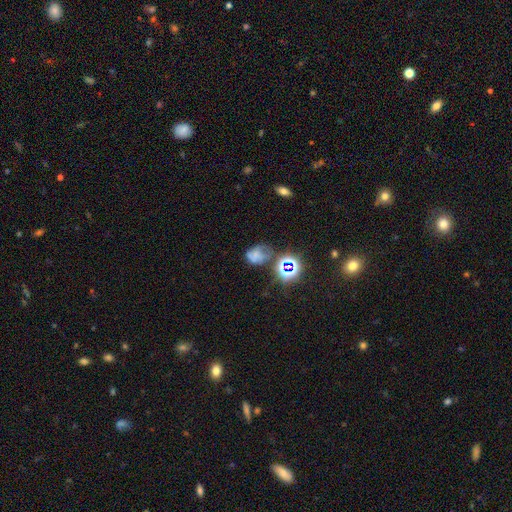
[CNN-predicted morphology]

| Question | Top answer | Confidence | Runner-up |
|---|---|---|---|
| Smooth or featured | smooth | 44% | star or artifact (29%) |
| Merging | none | 34% | major disturbance (26%) |